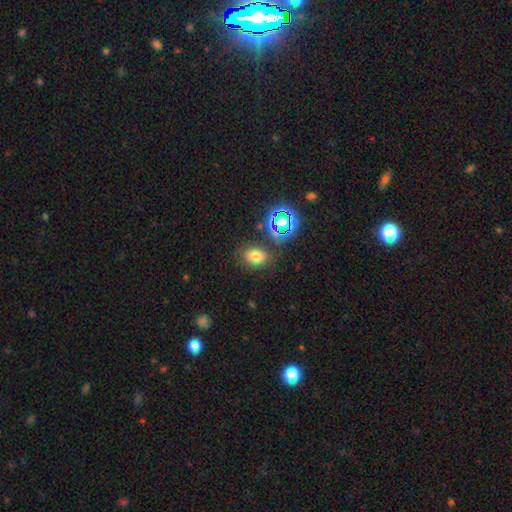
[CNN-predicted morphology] type=smooth (69%); roundness=in between (68%); merging=none (81%).